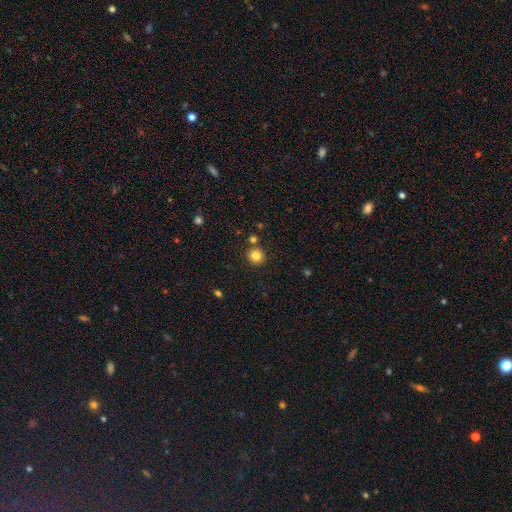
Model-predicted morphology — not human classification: type=smooth (83%); roundness=round (93%); merging=none (86%).